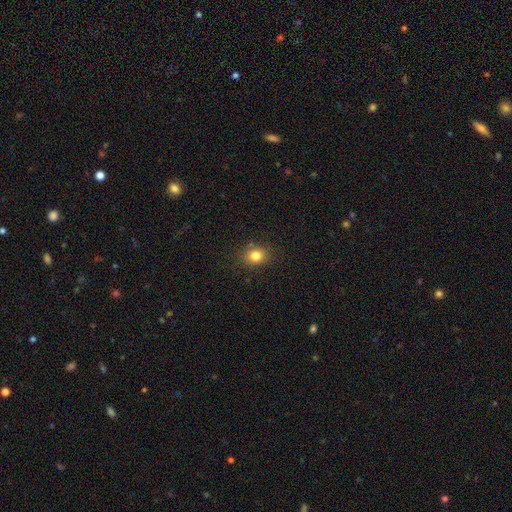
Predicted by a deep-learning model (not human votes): Morphology: type=smooth (81%); roundness=round (58%); merging=none (84%).